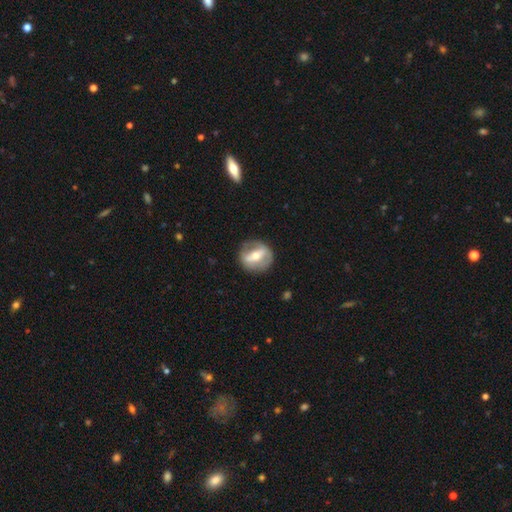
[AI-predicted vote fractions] Smooth or featured? Predicted: featured or disk (p=0.67). Edge-on disk? Predicted: no (p=0.87). Bar? Predicted: strong (p=0.65). Spiral arms? Predicted: no (p=0.66). Bulge size? Predicted: moderate (p=0.61). Merging? Predicted: none (p=0.80).